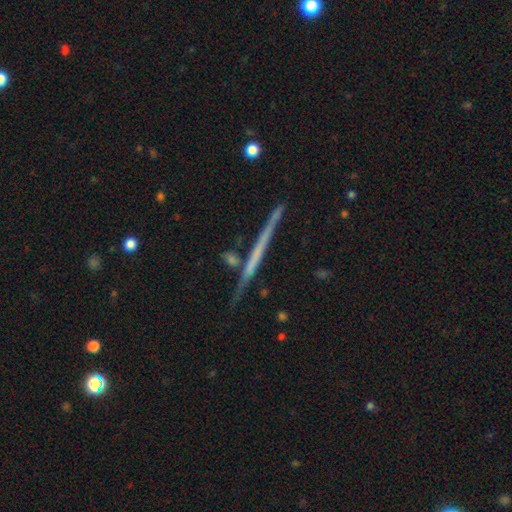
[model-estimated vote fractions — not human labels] The model was most divided on "smooth or featured": featured or disk: 64%, smooth: 29%, star or artifact: 7%. More confident: edge-on disk — yes (97%); edge-on bulge — none (89%); merging — none (85%).